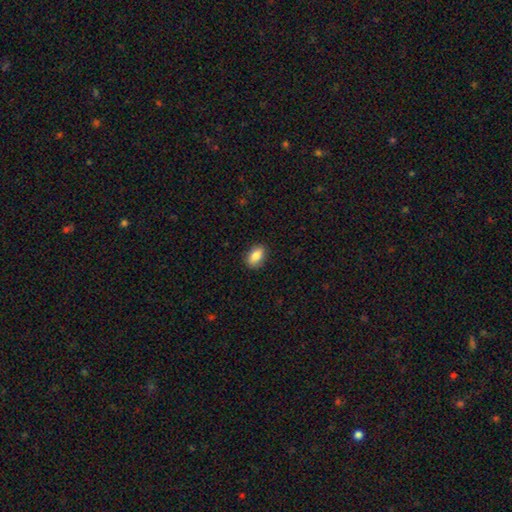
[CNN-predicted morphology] This is clearly a smooth galaxy (85%). How rounded: clearly in between (87%). Merging: clearly none (87%).